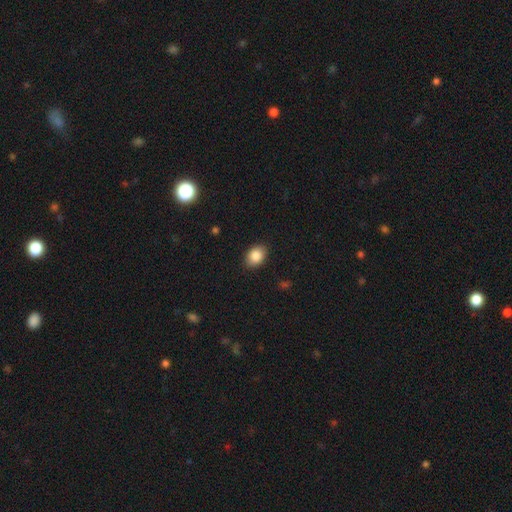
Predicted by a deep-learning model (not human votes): This is clearly a smooth galaxy (87%). How rounded: likely in between (73%). Merging: clearly none (88%).